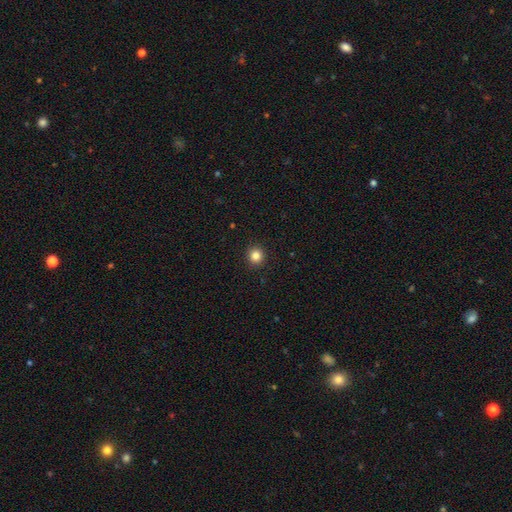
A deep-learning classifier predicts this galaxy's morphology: Q: Smooth or featured?
A: smooth (85%); runner-up: star or artifact (11%)
Q: How rounded?
A: round (94%); runner-up: in between (5%)
Q: Merging?
A: none (93%); runner-up: minor disturbance (4%)